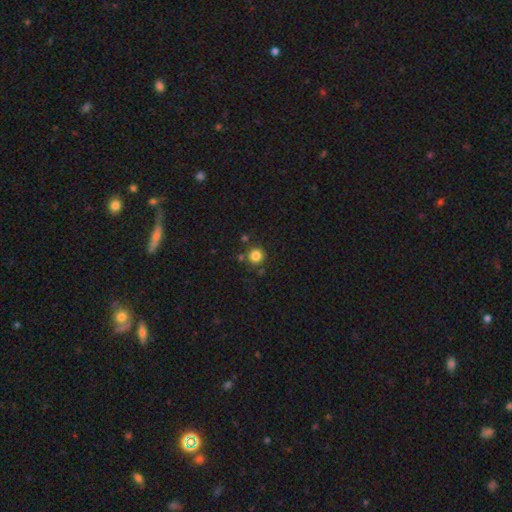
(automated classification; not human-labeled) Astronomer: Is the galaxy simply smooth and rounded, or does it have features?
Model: smooth — 83%.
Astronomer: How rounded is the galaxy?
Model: round — 94%.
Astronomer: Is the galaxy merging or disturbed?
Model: none — 82%.